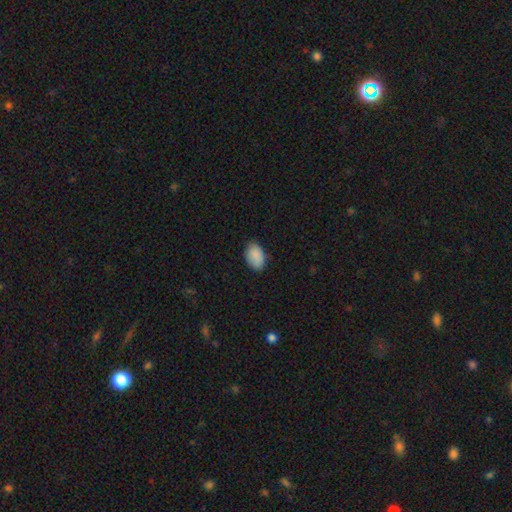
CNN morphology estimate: smooth-or-featured: smooth: 90% | star or artifact: 7% | featured or disk: 4%
  how-rounded: in between: 90% | round: 9% | cigar-shaped: 1%
  merging: none: 83% | minor disturbance: 14% | major disturbance: 2% | merger: 1%